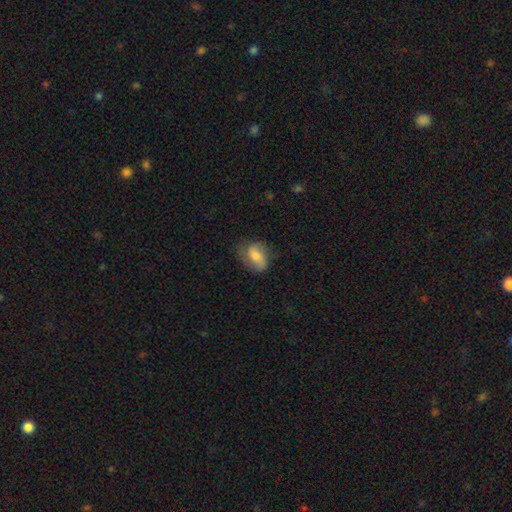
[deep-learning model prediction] smooth_or_featured: smooth (p=0.56) [alt: featured or disk p=0.36]
how_rounded: in between (p=0.77) [alt: round p=0.21]
merging: none (p=0.64) [alt: minor disturbance p=0.25]